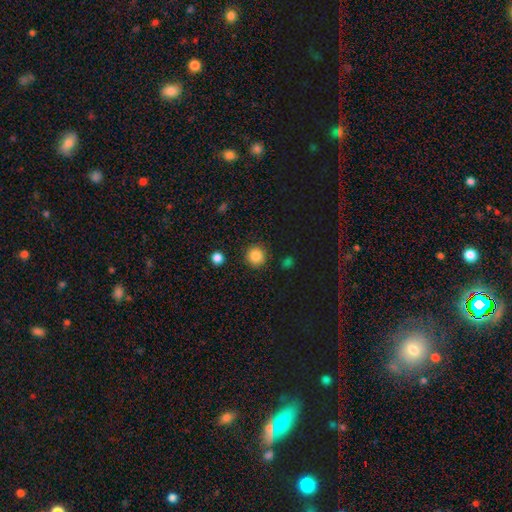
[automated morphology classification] type=smooth (85%); roundness=round (94%); merging=none (90%).